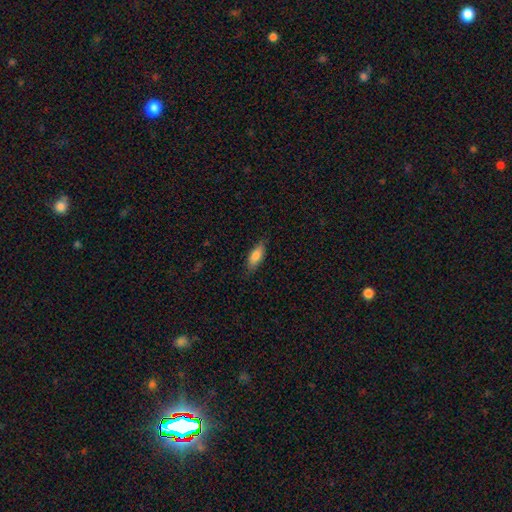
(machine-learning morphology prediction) This is clearly a smooth galaxy (81%). How rounded: likely in between (70%). Merging: clearly none (82%).